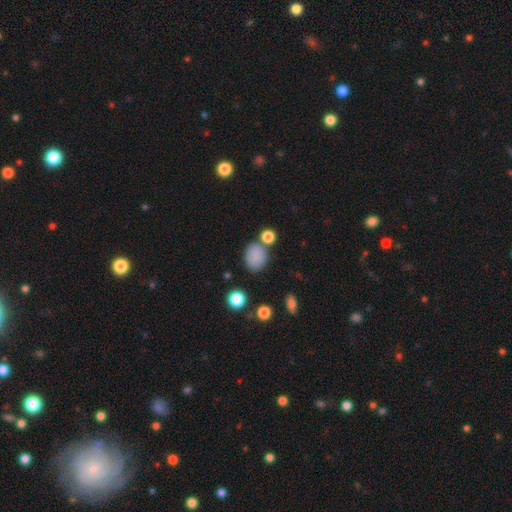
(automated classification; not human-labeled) Q: Smooth or featured?
A: smooth (83%); runner-up: star or artifact (10%)
Q: How rounded?
A: in between (54%); runner-up: round (44%)
Q: Merging?
A: none (68%); runner-up: minor disturbance (16%)